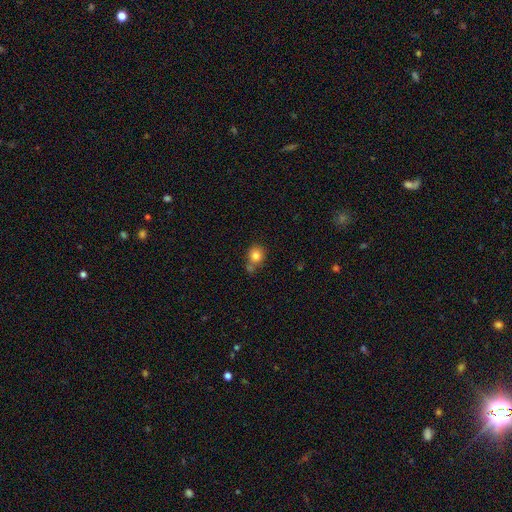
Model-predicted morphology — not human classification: Smooth or featured? smooth (82%)
How rounded? round (82%)
Merging? none (60%)